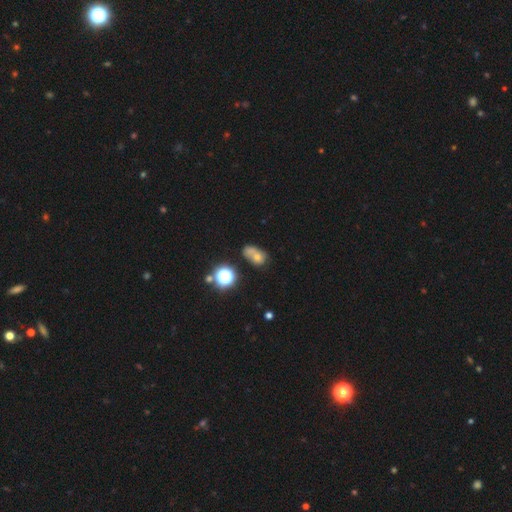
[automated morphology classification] Q: Smooth or featured?
A: smooth (60%); runner-up: star or artifact (21%)
Q: How rounded?
A: in between (63%); runner-up: round (35%)
Q: Merging?
A: none (35%); runner-up: merger (32%)